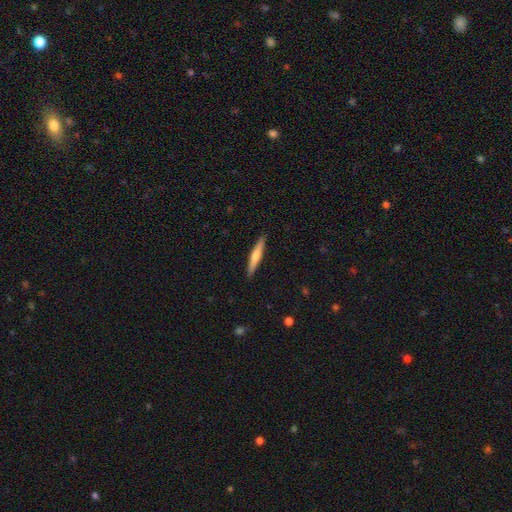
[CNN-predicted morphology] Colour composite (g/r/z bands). It shows a smooth galaxy with no disk features (57%) that is cigar-shaped (93%). Merging: none (91%).